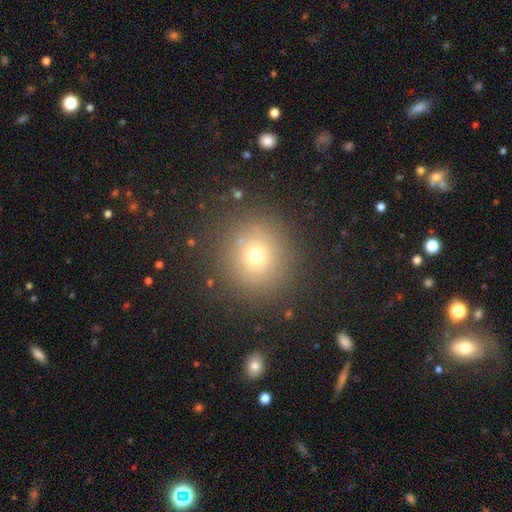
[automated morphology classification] A smooth galaxy with no disk features (69%) that is round (91%). Merging: none (87%).